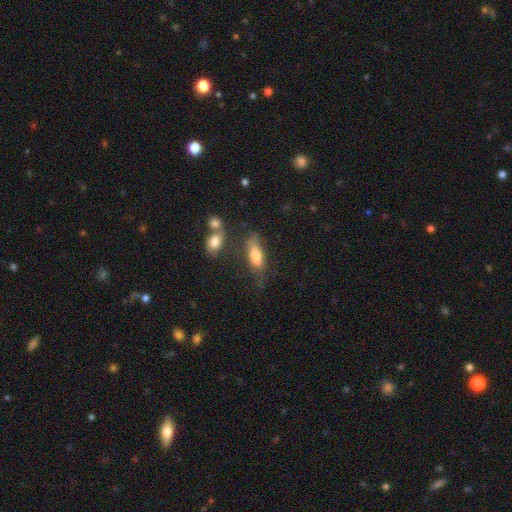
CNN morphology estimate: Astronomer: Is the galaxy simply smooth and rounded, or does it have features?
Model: smooth — 73%.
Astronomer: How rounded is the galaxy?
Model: in between — 64%.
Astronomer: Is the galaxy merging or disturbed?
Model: none — 54%.